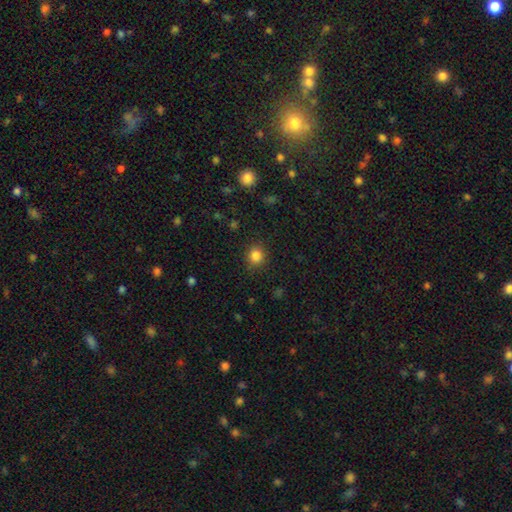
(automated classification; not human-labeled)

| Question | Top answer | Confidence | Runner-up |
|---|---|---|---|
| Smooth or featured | smooth | 84% | star or artifact (12%) |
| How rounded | round | 81% | in between (18%) |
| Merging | none | 89% | minor disturbance (8%) |